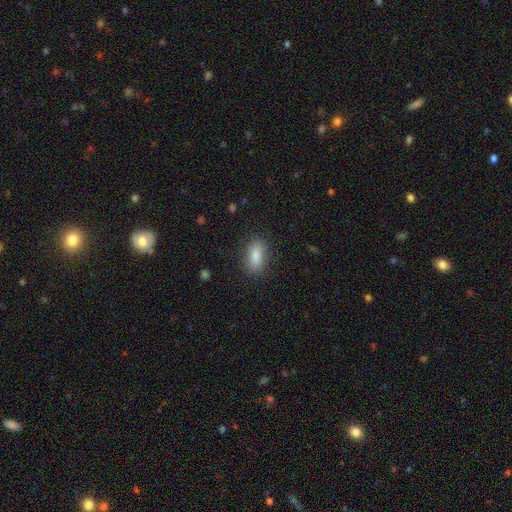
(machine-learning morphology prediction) Smooth or featured? smooth (86%)
How rounded? in between (85%)
Merging? none (86%)